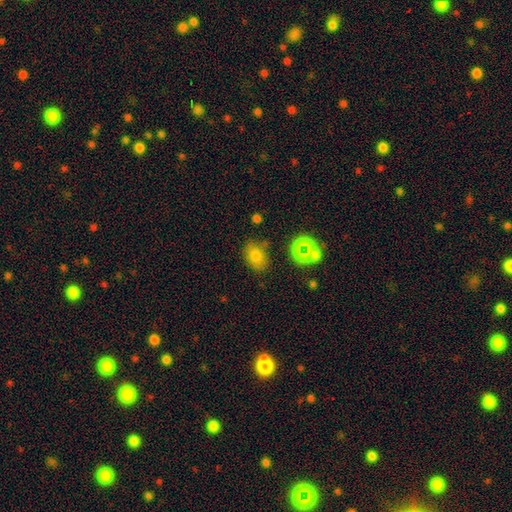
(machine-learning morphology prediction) Q: Smooth or featured?
A: smooth (74%); runner-up: star or artifact (16%)
Q: How rounded?
A: in between (68%); runner-up: round (31%)
Q: Merging?
A: none (75%); runner-up: minor disturbance (15%)